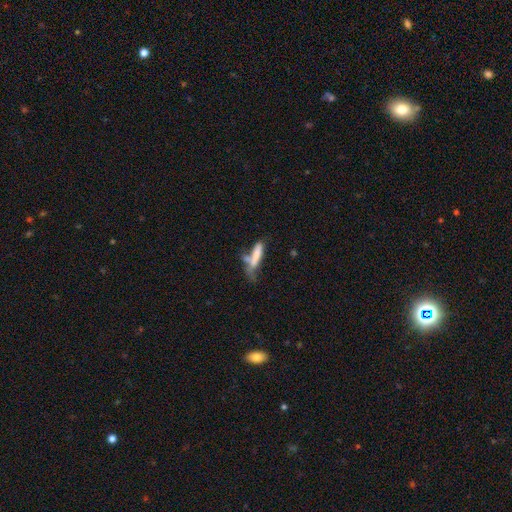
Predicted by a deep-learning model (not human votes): Smooth or featured?
  - smooth: 70% *
  - featured or disk: 22%
  - star or artifact: 8%
How rounded?
  - cigar-shaped: 75% *
  - in between: 23%
  - round: 2%
Merging?
  - merger: 32% * (tied)
  - none: 32% * (tied)
  - minor disturbance: 20%
  - major disturbance: 17%